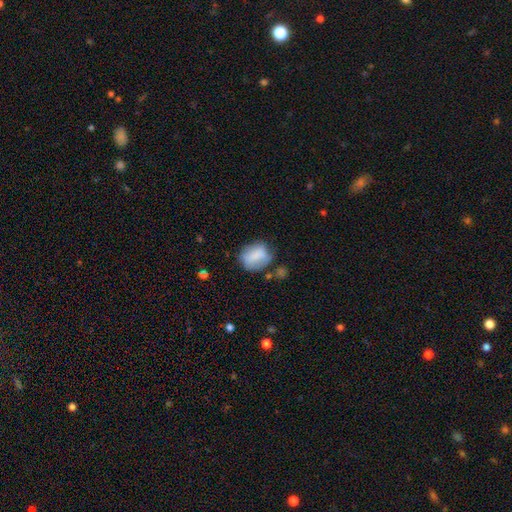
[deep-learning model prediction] This appears to be a smooth galaxy with no disk features (76%) that is in between round and cigar-shaped (57%). Merging: none (55%).